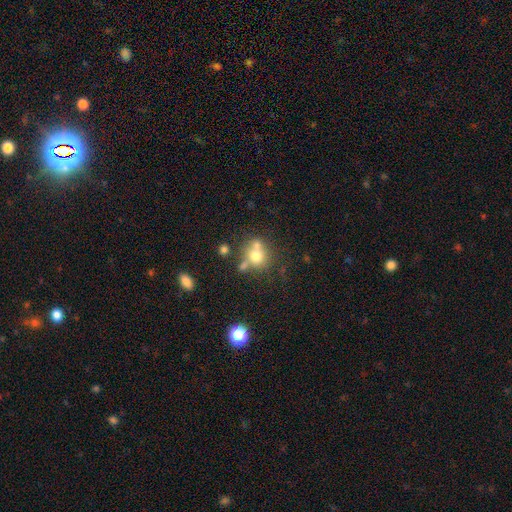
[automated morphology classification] Smooth or featured: smooth — 68% (featured or disk — 18%)
How rounded: round — 76% (in between — 23%)
Merging: none — 48% (merger — 31%)